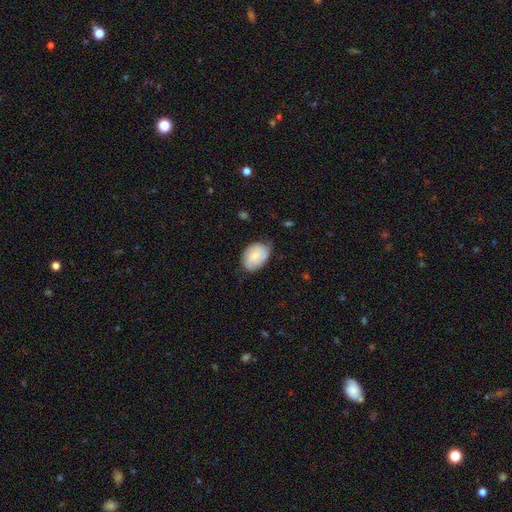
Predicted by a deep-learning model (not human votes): A smooth galaxy with no disk features (72%) that is in between round and cigar-shaped (84%). Merging: none (65%).